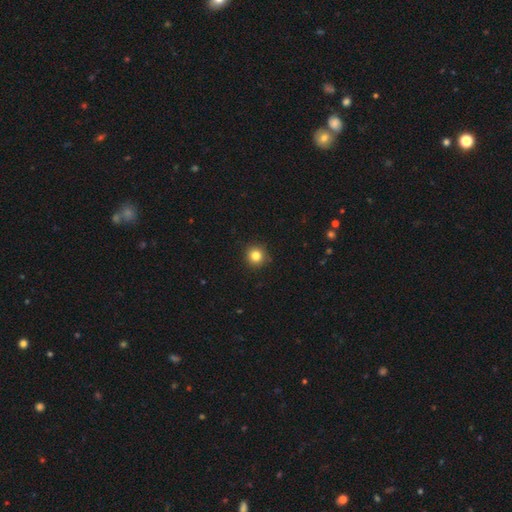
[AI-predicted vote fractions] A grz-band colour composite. It shows a smooth galaxy with no disk features (83%) that is round (94%). Merging: none (90%).